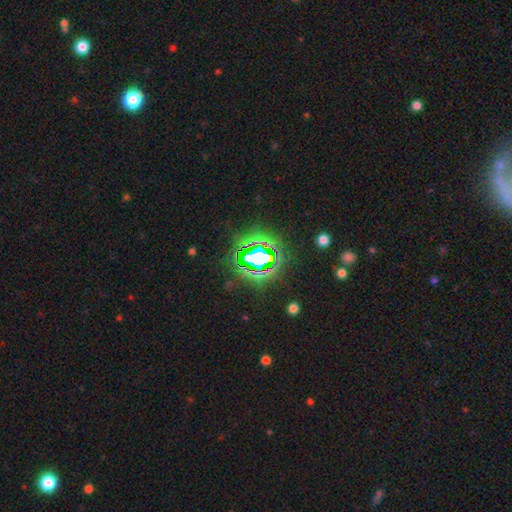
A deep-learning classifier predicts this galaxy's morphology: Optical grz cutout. It shows a star or artifact, not a galaxy (75%).